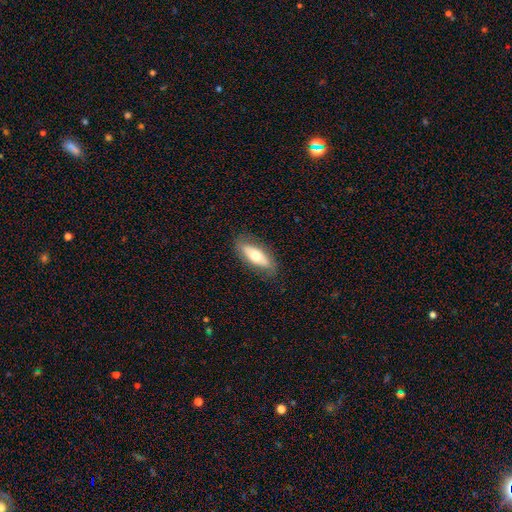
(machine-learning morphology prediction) type=smooth (62%); roundness=in between (69%); merging=none (83%).